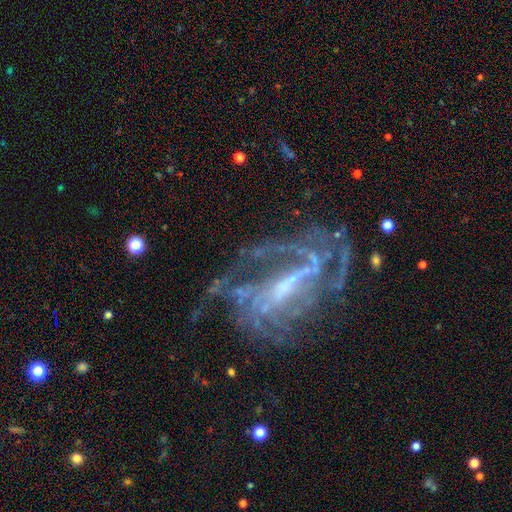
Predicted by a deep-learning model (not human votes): A featured or disk galaxy (82%) with a strong bar (54%), tight (49%) spiral arms (90%) and a small central bulge (40%).

Vote fractions:
- Smooth or featured? featured or disk: 82% / star or artifact: 11% / smooth: 7%
- Edge-on disk? no: 91% / yes: 9%
- Bar? strong: 54% / weak: 32% / no: 14%
- Spiral arms? yes: 90% / no: 10%
- Spiral winding? tight: 49% / medium: 39% / loose: 13%
- Spiral arm count? can't tell: 37% / 2: 23% / 3: 17% / 4: 10% / 1: 7% / more than 4: 7%
- Bulge size? small: 40% / moderate: 33% / none: 20% / large: 6% / dominant: 2%
- Merging? none: 59% / major disturbance: 20% / minor disturbance: 18% / merger: 3%